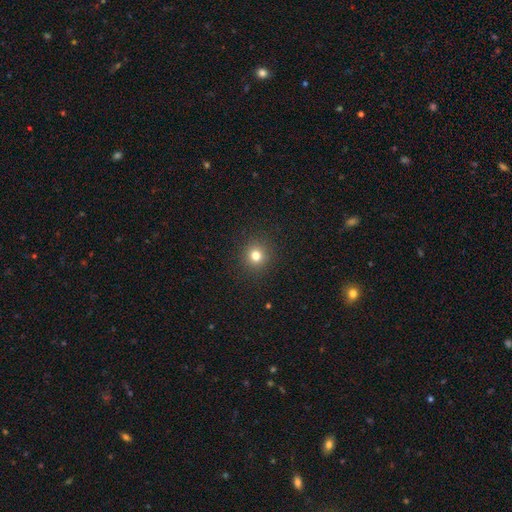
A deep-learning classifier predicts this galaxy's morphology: Smooth or featured: smooth — 78% (star or artifact — 15%)
How rounded: round — 93% (in between — 6%)
Merging: none — 91% (minor disturbance — 5%)